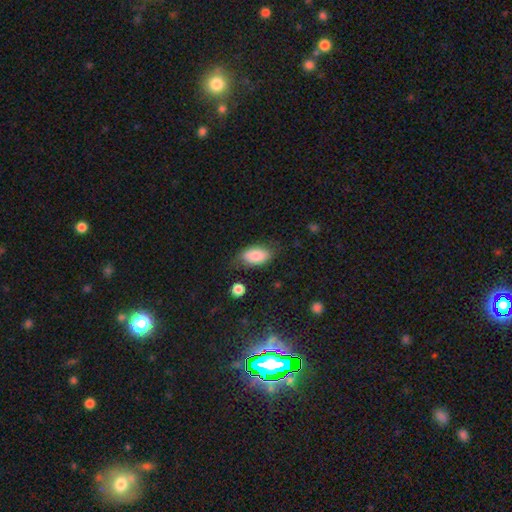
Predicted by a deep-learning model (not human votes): Morphology: type=smooth (81%); roundness=in between (92%); merging=none (69%).